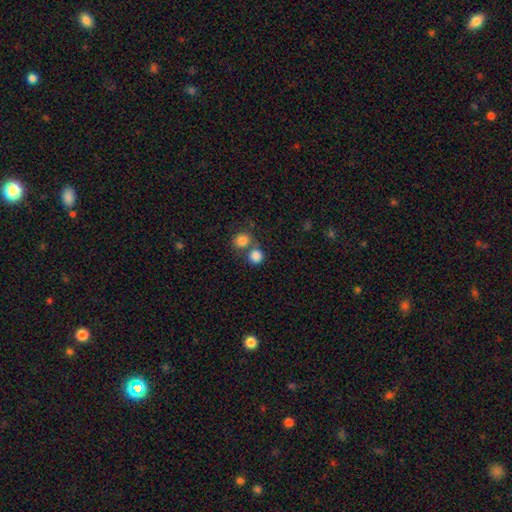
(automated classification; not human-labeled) A smooth galaxy with no disk features (84%) that is round (87%).

Vote fractions:
- Smooth or featured? smooth: 84% / star or artifact: 11% / featured or disk: 6%
- How rounded? round: 87% / in between: 12% / cigar-shaped: 1%
- Merging? none: 55% / merger: 34% / minor disturbance: 7% / major disturbance: 3%